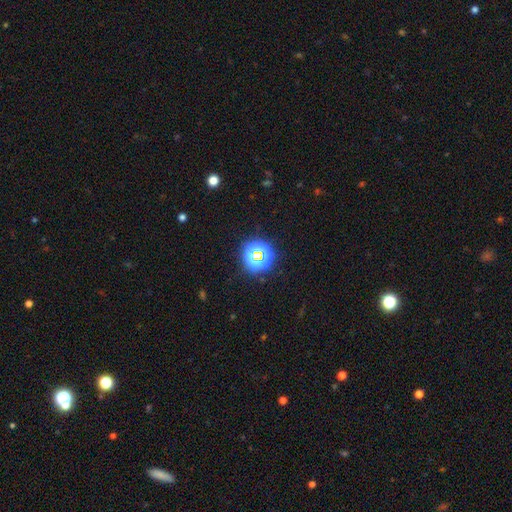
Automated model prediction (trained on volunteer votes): smooth-or-featured: star or artifact: 68% | smooth: 22% | featured or disk: 10%